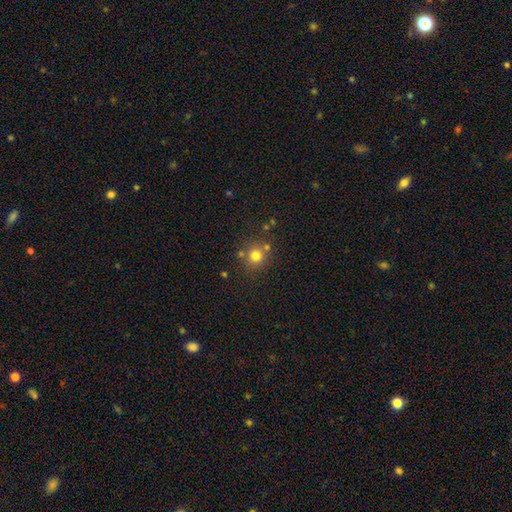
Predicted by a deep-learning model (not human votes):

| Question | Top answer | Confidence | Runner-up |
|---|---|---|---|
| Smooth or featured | smooth | 76% | star or artifact (15%) |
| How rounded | round | 90% | in between (9%) |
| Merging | none | 75% | merger (12%) |